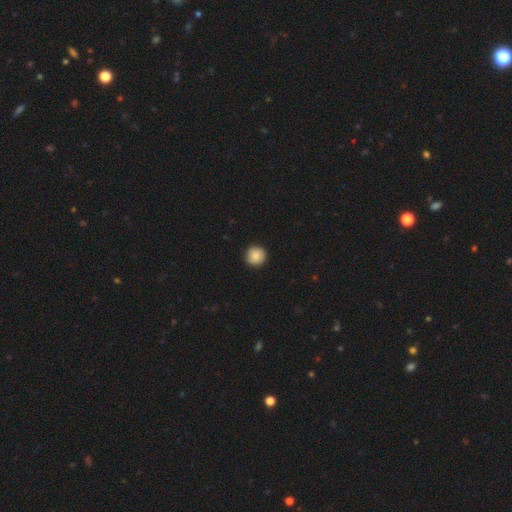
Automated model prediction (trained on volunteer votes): smooth 88%, star or artifact 8%, featured or disk 4%. Down the decision tree: how rounded — round (95%); merging — none (92%).